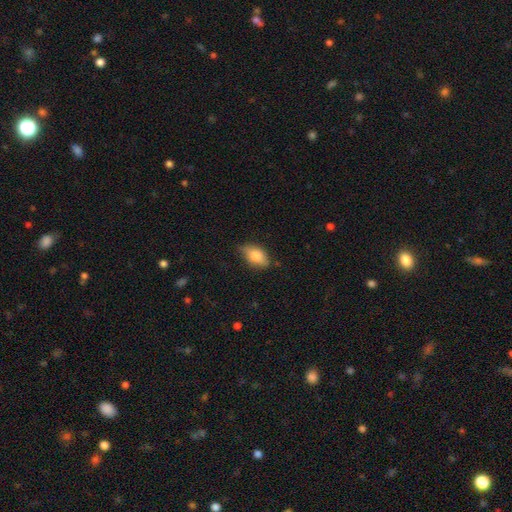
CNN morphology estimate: smooth 78%, featured or disk 15%, star or artifact 7%. Down the decision tree: how rounded — in between (88%); merging — none (73%).